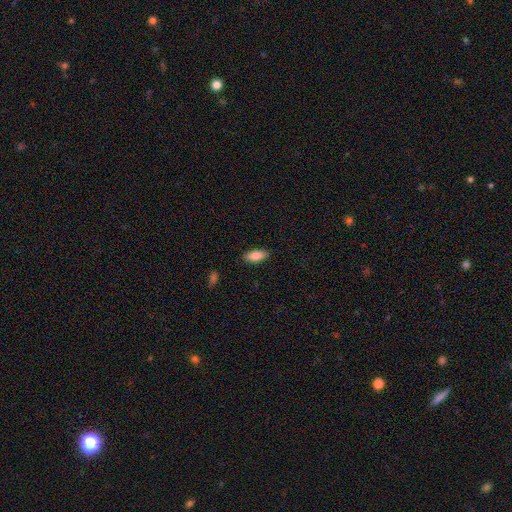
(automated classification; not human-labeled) Smooth or featured: smooth — 84% (featured or disk — 9%)
How rounded: in between — 84% (cigar-shaped — 14%)
Merging: none — 87% (minor disturbance — 10%)